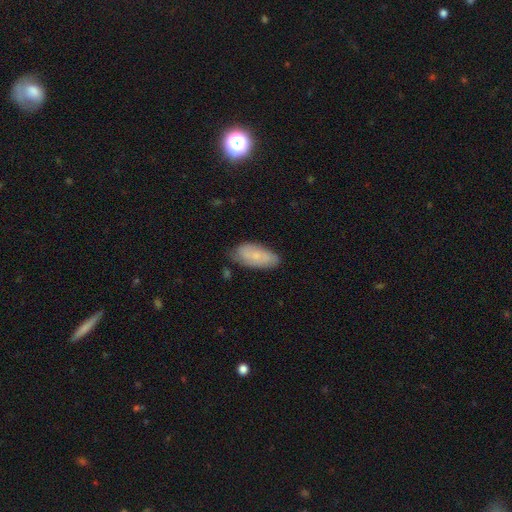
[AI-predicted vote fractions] This is likely a smooth galaxy (63%). How rounded: clearly in between (87%). Merging: likely none (70%).